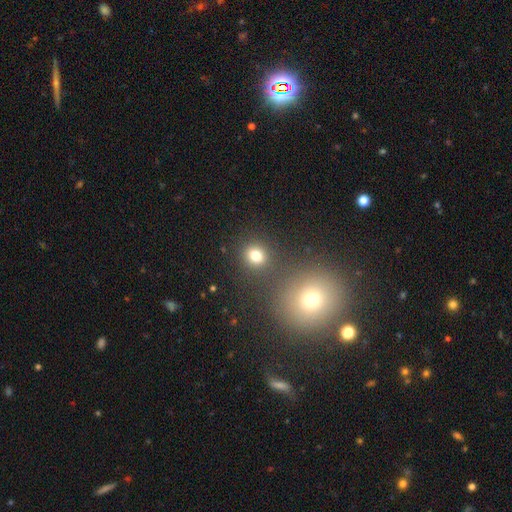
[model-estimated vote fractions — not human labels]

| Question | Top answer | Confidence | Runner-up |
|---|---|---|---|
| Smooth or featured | smooth | 78% | star or artifact (15%) |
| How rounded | round | 73% | in between (26%) |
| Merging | none | 79% | merger (10%) |